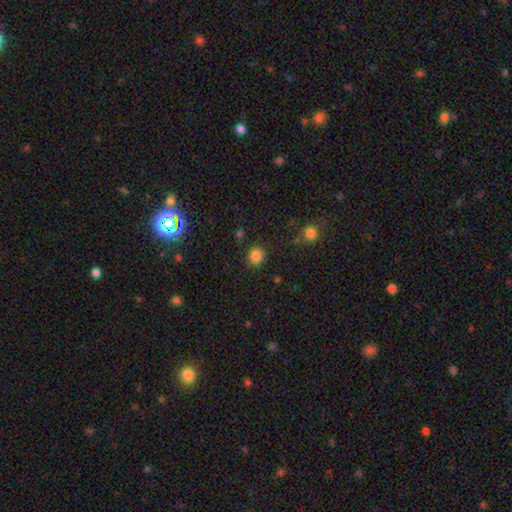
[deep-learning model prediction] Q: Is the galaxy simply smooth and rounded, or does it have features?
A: smooth — 84%.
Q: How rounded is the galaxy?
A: round — 87%.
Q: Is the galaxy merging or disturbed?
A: none — 87%.